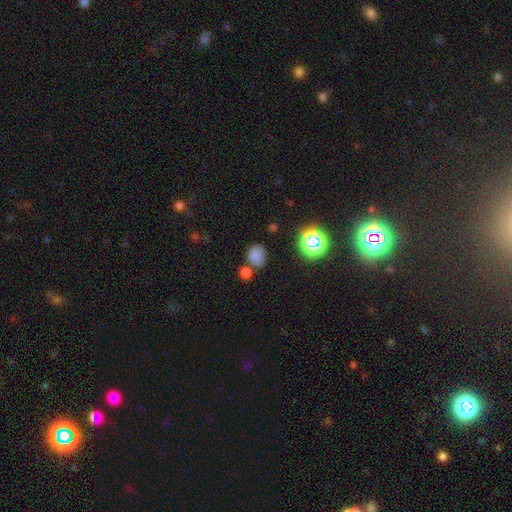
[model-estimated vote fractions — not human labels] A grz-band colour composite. It shows a smooth galaxy with no disk features (75%) that is round (54%). Merging: none (62%).